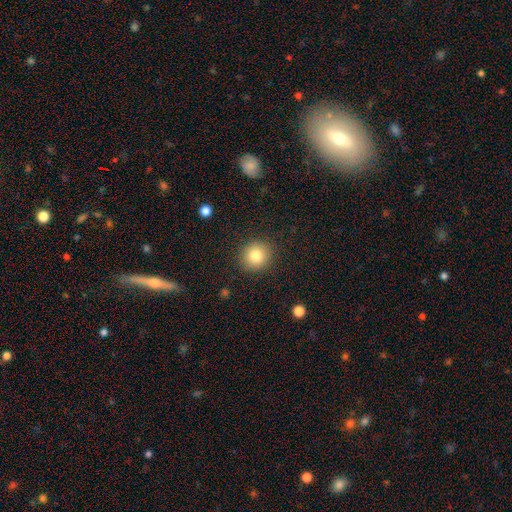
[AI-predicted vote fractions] smooth-or-featured: smooth: 82% | star or artifact: 10% | featured or disk: 8%
  how-rounded: round: 88% | in between: 11% | cigar-shaped: 1%
  merging: none: 90% | minor disturbance: 7% | major disturbance: 2% | merger: 1%